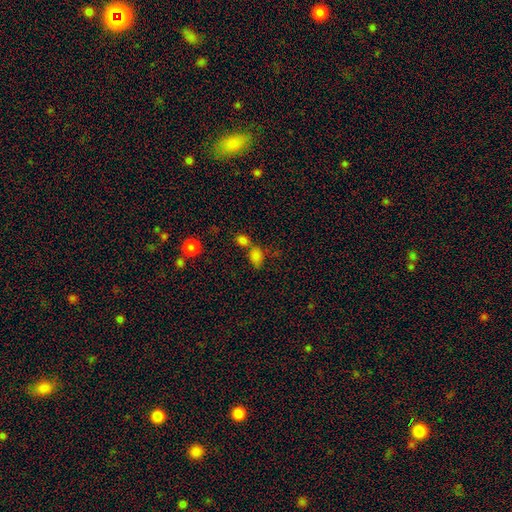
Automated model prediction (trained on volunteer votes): smooth-or-featured: smooth: 78% | star or artifact: 15% | featured or disk: 7%
  how-rounded: in between: 71% | round: 28% | cigar-shaped: 2%
  merging: none: 44% | merger: 38% | minor disturbance: 12% | major disturbance: 6%